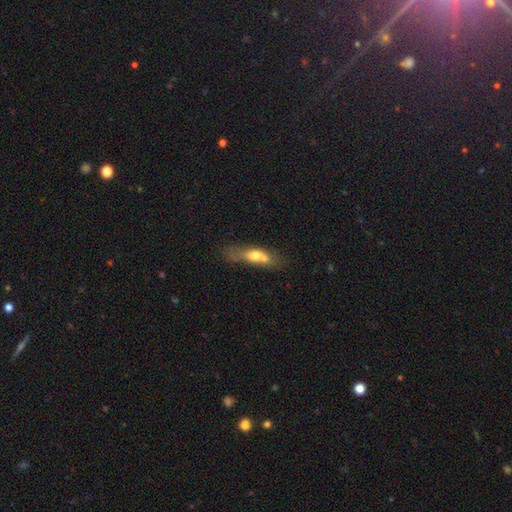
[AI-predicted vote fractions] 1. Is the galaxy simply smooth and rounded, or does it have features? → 57% smooth, 35% featured or disk, 8% star or artifact.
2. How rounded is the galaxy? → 54% in between, 37% cigar-shaped, 9% round.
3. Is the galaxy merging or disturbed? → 42% merger, 30% none, 17% minor disturbance, 12% major disturbance.